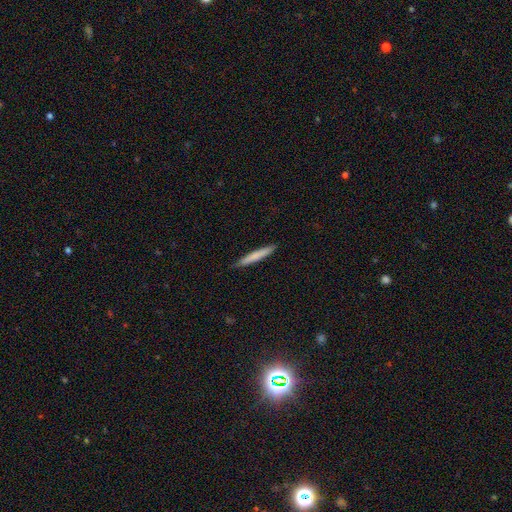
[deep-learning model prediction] The model was most divided on "smooth or featured": smooth: 72%, featured or disk: 22%, star or artifact: 6%. More confident: how rounded — cigar-shaped (96%); merging — none (87%).